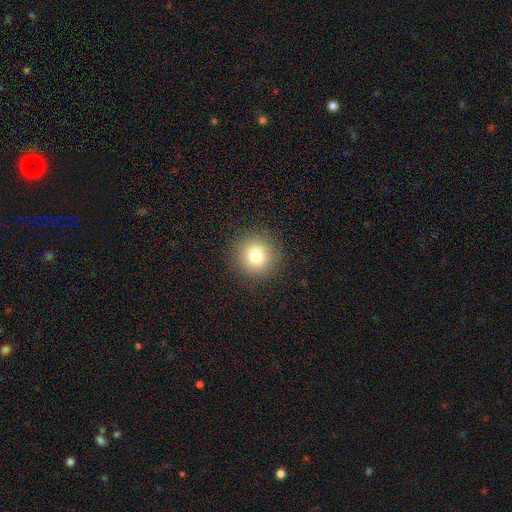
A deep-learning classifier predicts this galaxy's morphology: type=smooth (78%); roundness=round (95%); merging=none (90%).